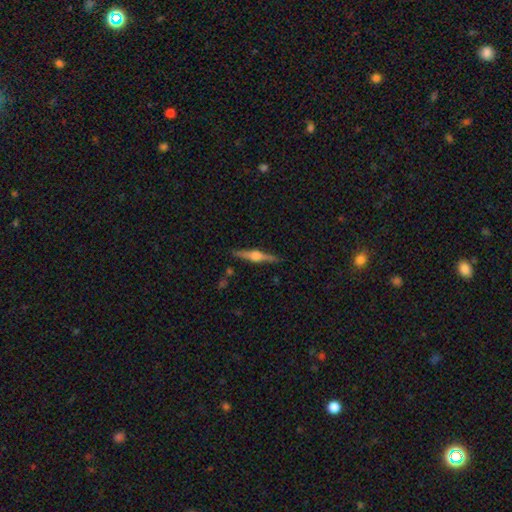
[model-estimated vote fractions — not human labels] featured or disk 77%, smooth 17%, star or artifact 6%. Down the decision tree: edge-on disk — yes (98%); edge-on bulge — rounded (92%); merging — none (89%).